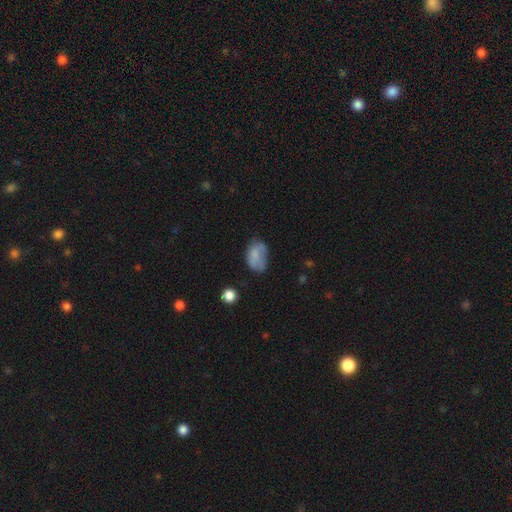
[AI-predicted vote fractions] A smooth galaxy with no disk features (69%) that is in between round and cigar-shaped (86%). Merging: none (47%).